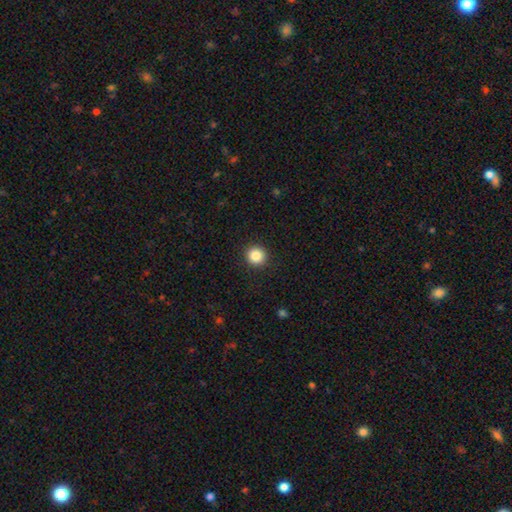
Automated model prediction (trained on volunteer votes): Smooth or featured?
  - smooth: 86% *
  - star or artifact: 10%
  - featured or disk: 4%
How rounded?
  - round: 95% *
  - in between: 5%
  - cigar-shaped: 1%
Merging?
  - none: 92% *
  - minor disturbance: 5%
  - major disturbance: 2%
  - merger: 1%